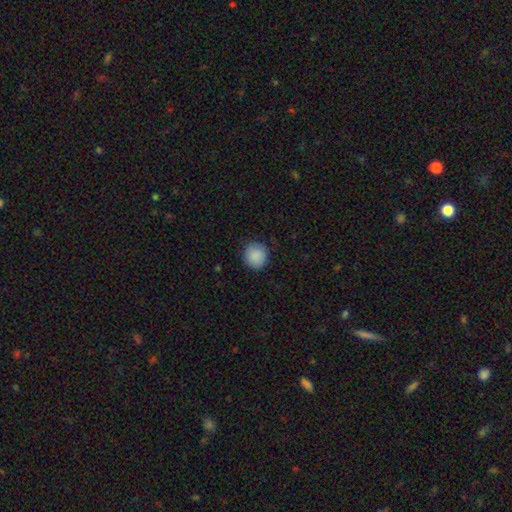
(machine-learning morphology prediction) Overall: smooth (90%). How rounded: round (90%). Merging: none (88%).